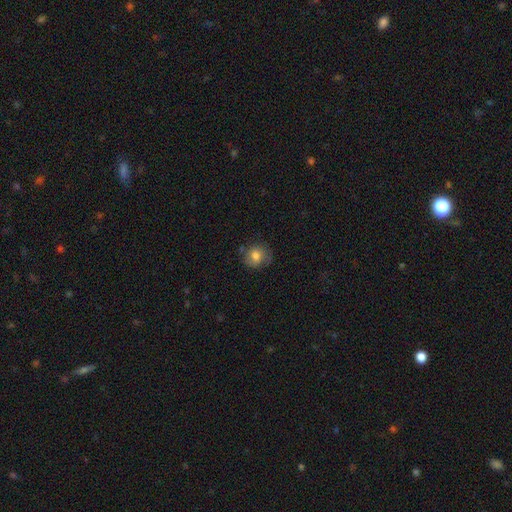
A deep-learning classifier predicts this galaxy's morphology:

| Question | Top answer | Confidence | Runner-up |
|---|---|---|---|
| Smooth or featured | smooth | 74% | featured or disk (17%) |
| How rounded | round | 78% | in between (21%) |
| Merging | none | 69% | minor disturbance (22%) |